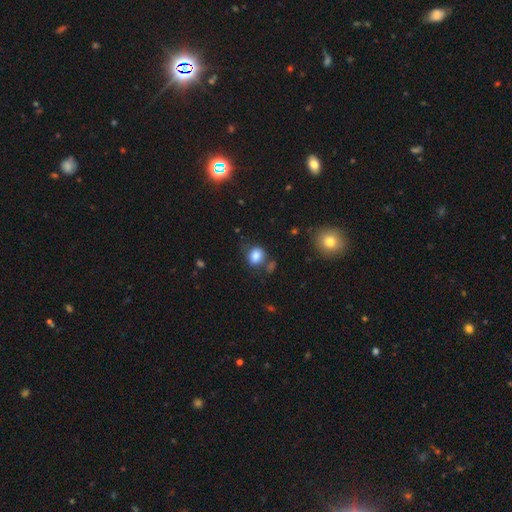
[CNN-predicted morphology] type=smooth (82%); roundness=round (61%); merging=none (68%).